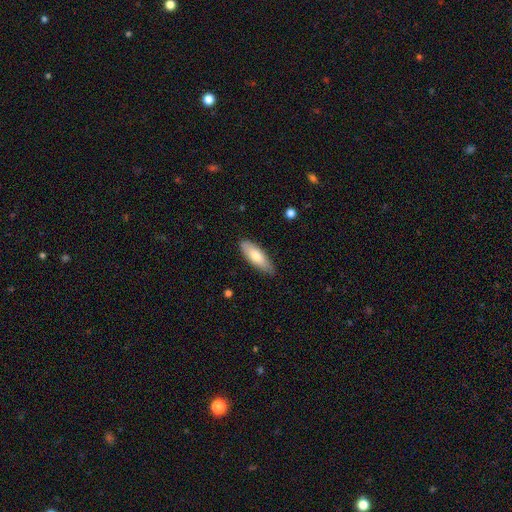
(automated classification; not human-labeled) A smooth galaxy with no disk features (74%) that is in between round and cigar-shaped (64%).

Vote fractions:
- Smooth or featured? smooth: 74% / featured or disk: 20% / star or artifact: 6%
- How rounded? in between: 64% / cigar-shaped: 34% / round: 2%
- Merging? none: 81% / minor disturbance: 16% / major disturbance: 2% / merger: 1%